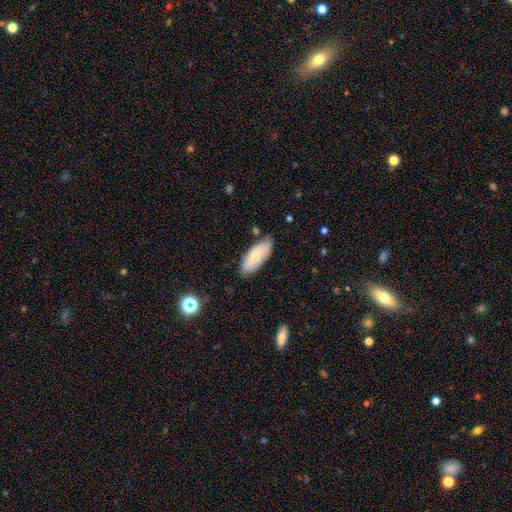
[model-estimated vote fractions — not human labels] This appears to be a smooth galaxy with no disk features (74%) that is in between round and cigar-shaped (81%). Merging: none (78%).